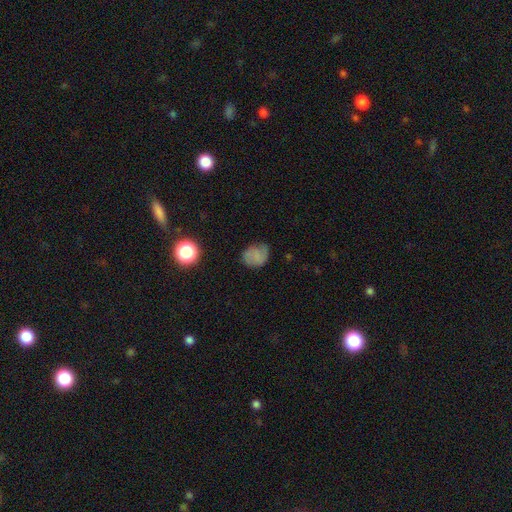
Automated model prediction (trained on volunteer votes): Q: Smooth or featured?
A: smooth (60%); runner-up: featured or disk (27%)
Q: How rounded?
A: round (59%); runner-up: in between (40%)
Q: Merging?
A: none (65%); runner-up: minor disturbance (25%)